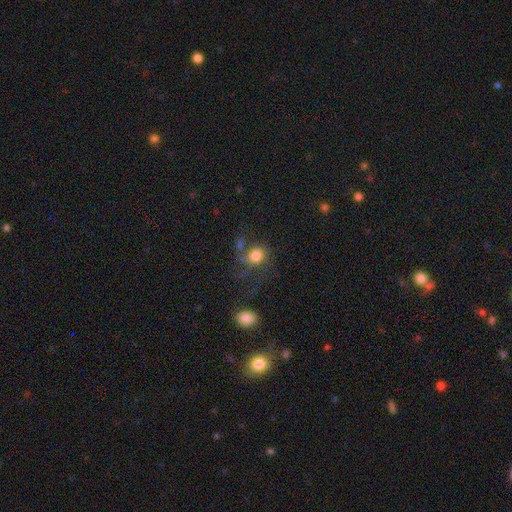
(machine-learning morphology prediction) A smooth galaxy with no disk features (59%) that is round (69%).

Vote fractions:
- Smooth or featured? smooth: 59% / featured or disk: 30% / star or artifact: 11%
- How rounded? round: 69% / in between: 30% / cigar-shaped: 1%
- Merging? none: 40% / major disturbance: 29% / minor disturbance: 18% / merger: 13%